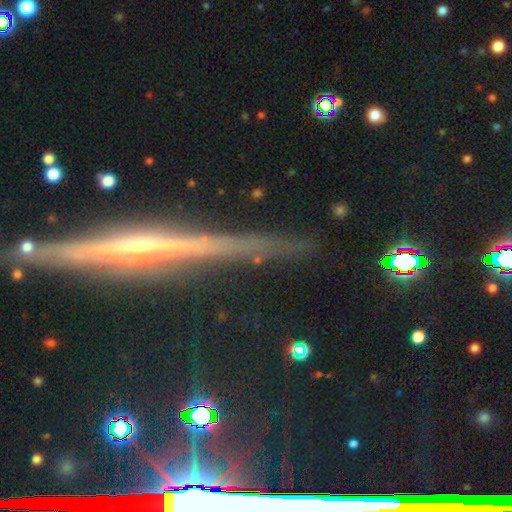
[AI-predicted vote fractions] smooth-or-featured: featured or disk: 41% | star or artifact: 38% | smooth: 21%
  merging: none: 77% | minor disturbance: 12% | major disturbance: 6% | merger: 4%